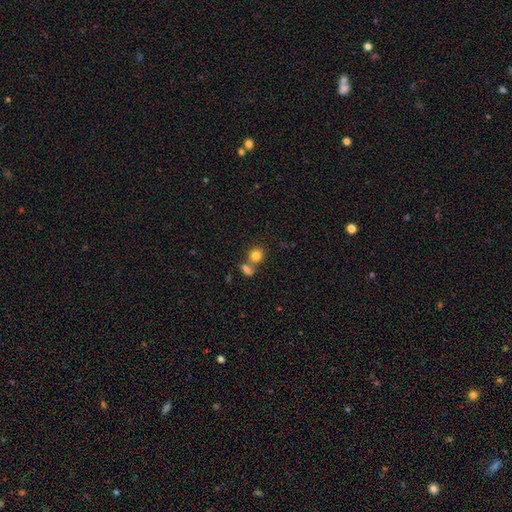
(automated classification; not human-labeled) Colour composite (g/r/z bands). It shows a smooth galaxy with no disk features (82%) that is round (80%). Merging: none (55%).